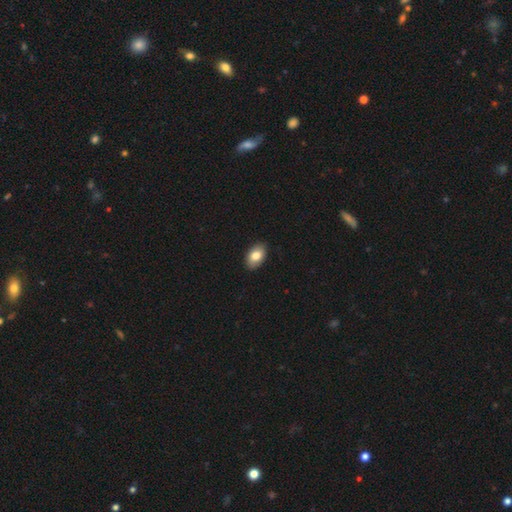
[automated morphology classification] A smooth galaxy with no disk features (81%) that is in between round and cigar-shaped (91%).

Vote fractions:
- Smooth or featured? smooth: 81% / featured or disk: 12% / star or artifact: 7%
- How rounded? in between: 91% / round: 7% / cigar-shaped: 1%
- Merging? none: 89% / minor disturbance: 9% / major disturbance: 2% / merger: 1%